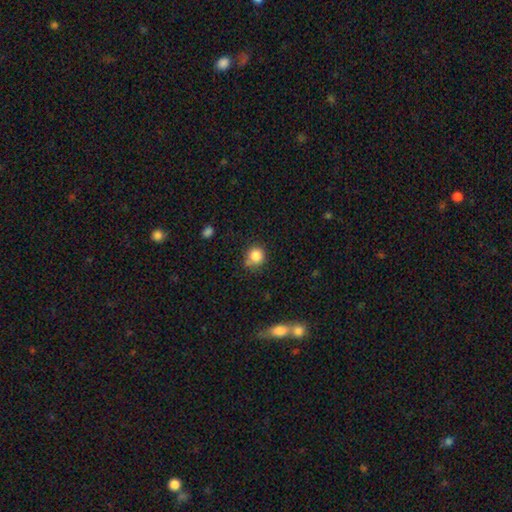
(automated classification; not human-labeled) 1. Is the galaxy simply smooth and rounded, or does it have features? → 84% smooth, 10% star or artifact, 6% featured or disk.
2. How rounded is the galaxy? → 87% round, 12% in between, 1% cigar-shaped.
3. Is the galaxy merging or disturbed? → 67% none, 18% minor disturbance, 10% merger, 5% major disturbance.